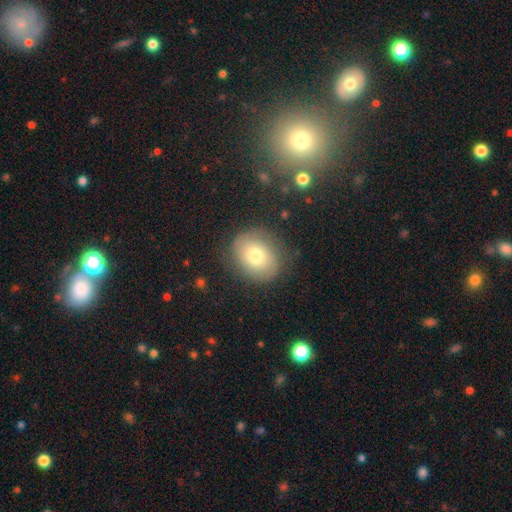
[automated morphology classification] A smooth galaxy with no disk features (65%) that is round (65%).

Vote fractions:
- Smooth or featured? smooth: 65% / featured or disk: 25% / star or artifact: 10%
- How rounded? round: 65% / in between: 34% / cigar-shaped: 1%
- Merging? none: 79% / minor disturbance: 14% / major disturbance: 6% / merger: 1%